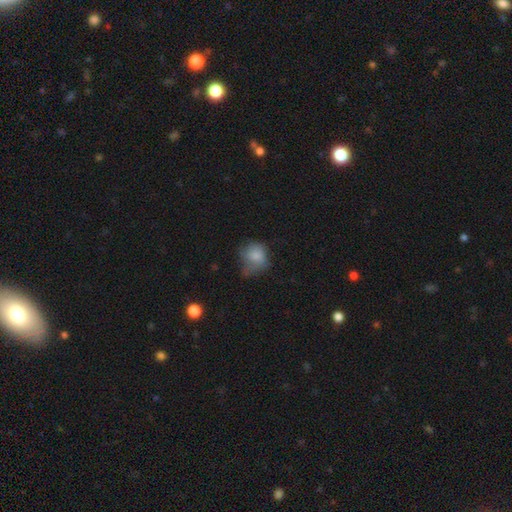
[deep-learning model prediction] This is likely a smooth galaxy (75%). How rounded: likely round (63%). Merging: marginally minor disturbance (35%).